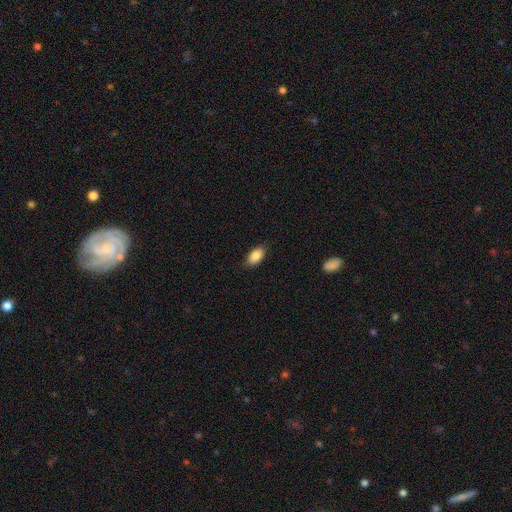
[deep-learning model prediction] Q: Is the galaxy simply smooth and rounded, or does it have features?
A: smooth — 87%.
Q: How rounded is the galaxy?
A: in between — 92%.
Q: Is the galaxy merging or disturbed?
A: none — 83%.